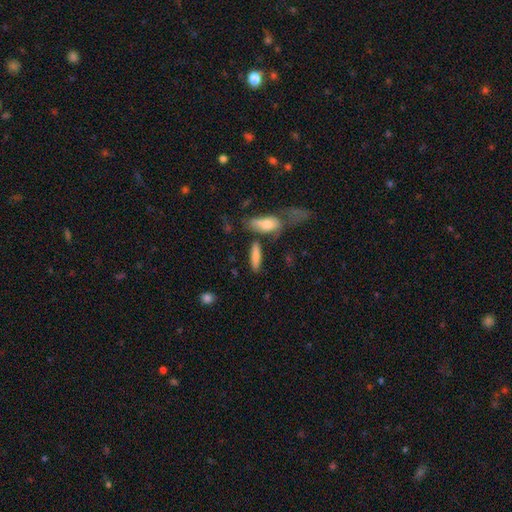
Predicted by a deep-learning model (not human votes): smooth-or-featured: smooth: 77% | featured or disk: 17% | star or artifact: 7%
  how-rounded: cigar-shaped: 63% | in between: 34% | round: 3%
  merging: none: 70% | minor disturbance: 13% | merger: 12% | major disturbance: 5%